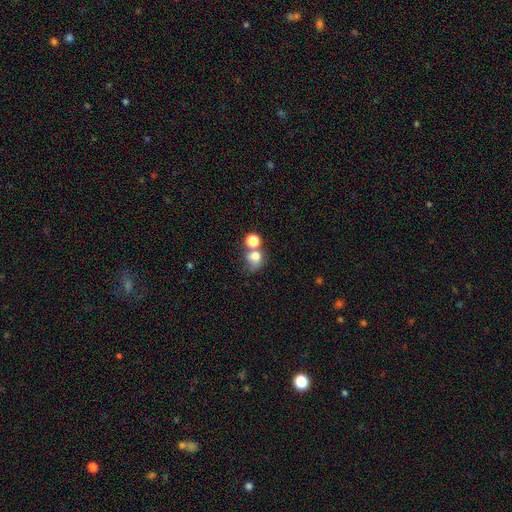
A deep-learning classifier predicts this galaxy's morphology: Smooth or featured? smooth (72%)
How rounded? round (61%)
Merging? merger (42%)